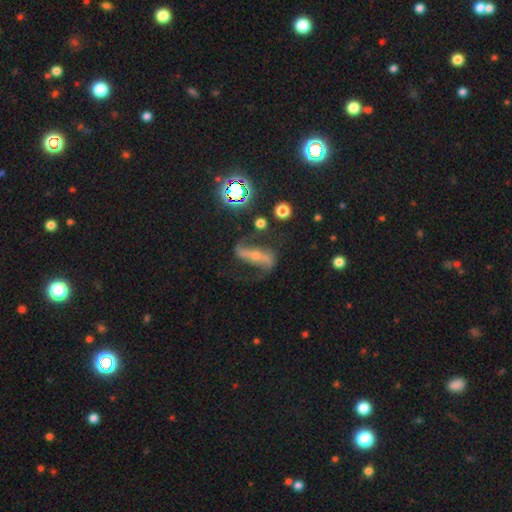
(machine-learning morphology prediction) smooth-or-featured: featured or disk: 77% | smooth: 12% | star or artifact: 11%
  disk-edge-on: no: 81% | yes: 19%
    bar: strong: 60% | no: 22% | weak: 18%
    has-spiral-arms: yes: 90% | no: 10%
      spiral-winding: loose: 78% | medium: 16% | tight: 6%
      spiral-arm-count: 2: 91% | 1: 3% | can't tell: 3% | 3: 1% | 4: 1% | more than 4: 1%
    bulge-size: small: 59% | moderate: 30% | none: 6% | large: 3% | dominant: 2%
  merging: none: 66% | minor disturbance: 17% | major disturbance: 13% | merger: 4%